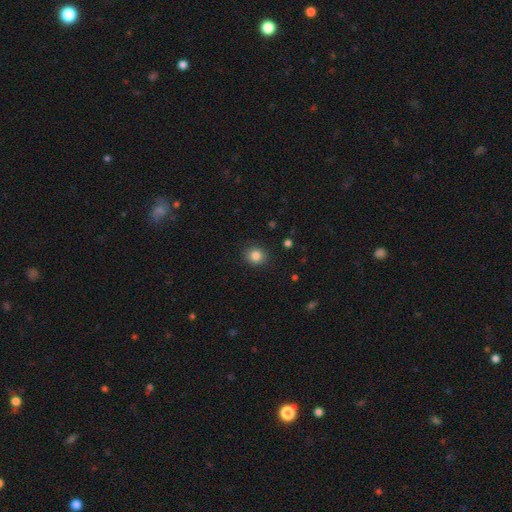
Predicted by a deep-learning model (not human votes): Smooth or featured? smooth (84%)
How rounded? round (81%)
Merging? none (89%)